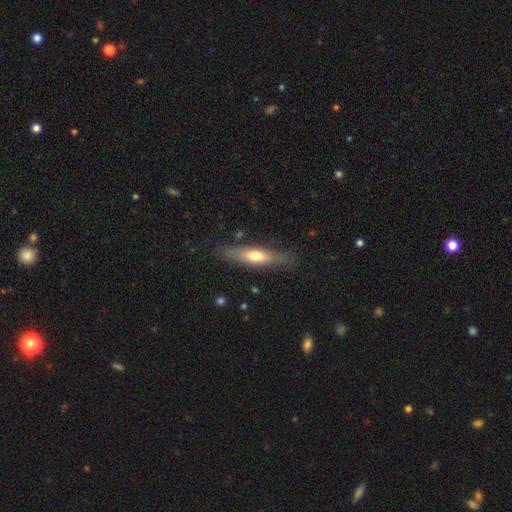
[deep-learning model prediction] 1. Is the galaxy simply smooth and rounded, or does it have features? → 53% smooth, 41% featured or disk, 6% star or artifact.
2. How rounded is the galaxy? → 70% cigar-shaped, 28% in between, 2% round.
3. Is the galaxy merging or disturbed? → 81% none, 13% minor disturbance, 4% major disturbance, 2% merger.